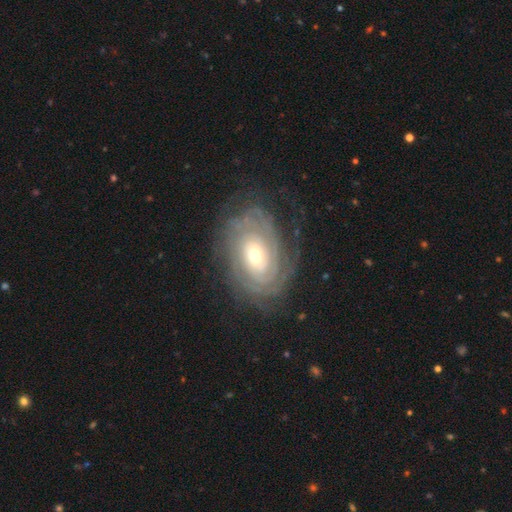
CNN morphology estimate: A featured or disk galaxy (84%) with no bar (76%), tight (82%) spiral arms (94%) and a moderate central bulge (49%).

Vote fractions:
- Smooth or featured? featured or disk: 84% / smooth: 10% / star or artifact: 6%
- Edge-on disk? no: 96% / yes: 4%
- Bar? no: 76% / weak: 18% / strong: 7%
- Spiral arms? yes: 94% / no: 6%
- Spiral winding? tight: 82% / medium: 14% / loose: 4%
- Spiral arm count? can't tell: 44% / 2: 17% / 3: 12% / 4: 11% / more than 4: 11% / 1: 6%
- Bulge size? moderate: 49% / small: 45% / large: 4% / dominant: 1% / none: 1%
- Merging? none: 72% / minor disturbance: 17% / major disturbance: 9% / merger: 1%